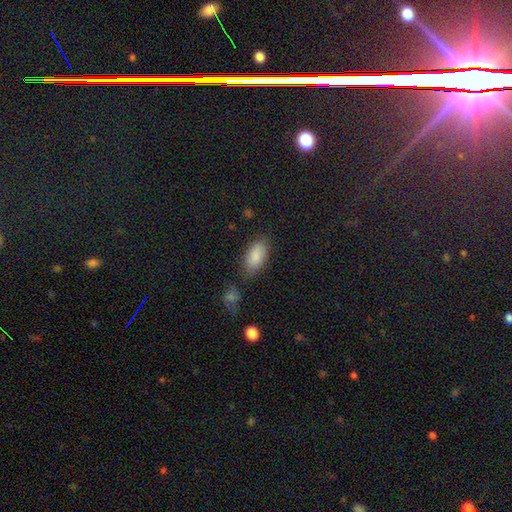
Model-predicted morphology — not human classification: smooth_or_featured: smooth (p=0.87) [alt: star or artifact p=0.07]
how_rounded: in between (p=0.91) [alt: cigar-shaped p=0.06]
merging: none (p=0.76) [alt: minor disturbance p=0.15]